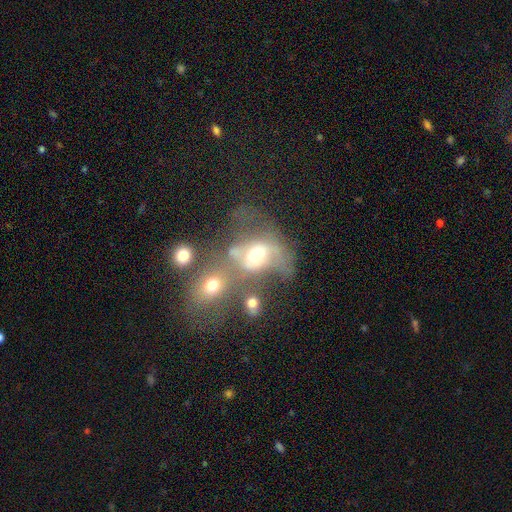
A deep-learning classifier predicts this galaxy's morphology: Q: Smooth or featured?
A: featured or disk (45%); runner-up: smooth (40%)
Q: Merging?
A: merger (45%); runner-up: major disturbance (25%)